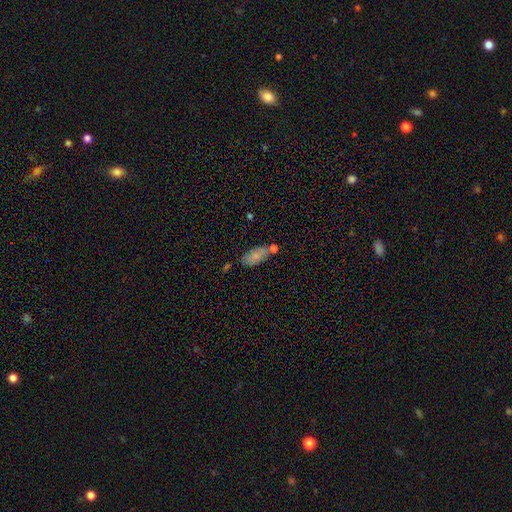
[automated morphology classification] type=smooth (77%); roundness=in between (89%); merging=none (58%).